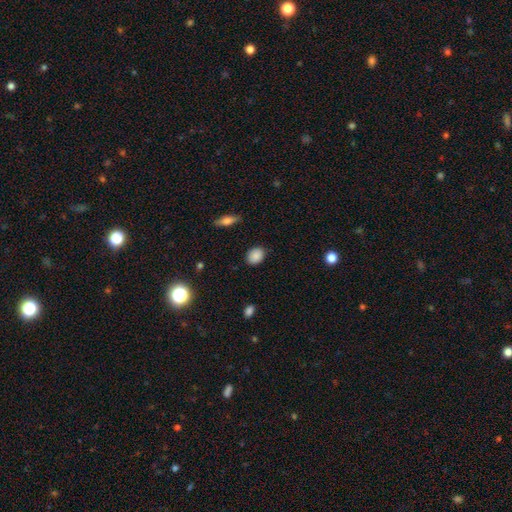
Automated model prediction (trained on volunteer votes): Q: Smooth or featured?
A: smooth (87%); runner-up: star or artifact (9%)
Q: How rounded?
A: in between (54%); runner-up: round (44%)
Q: Merging?
A: none (87%); runner-up: minor disturbance (10%)